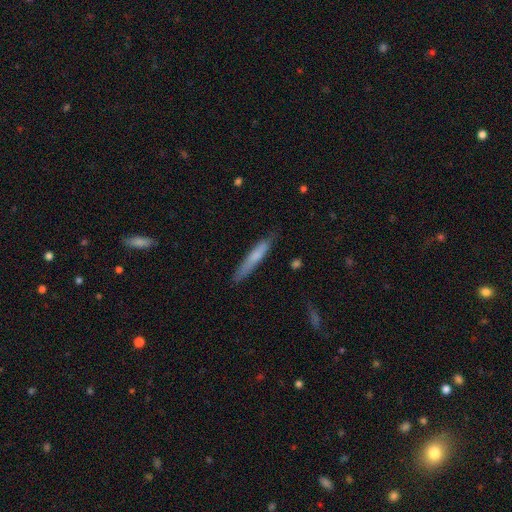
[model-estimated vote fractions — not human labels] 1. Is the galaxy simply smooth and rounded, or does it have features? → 68% smooth, 26% featured or disk, 6% star or artifact.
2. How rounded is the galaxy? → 93% cigar-shaped, 6% in between, 1% round.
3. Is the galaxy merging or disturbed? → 79% none, 16% minor disturbance, 3% major disturbance, 2% merger.